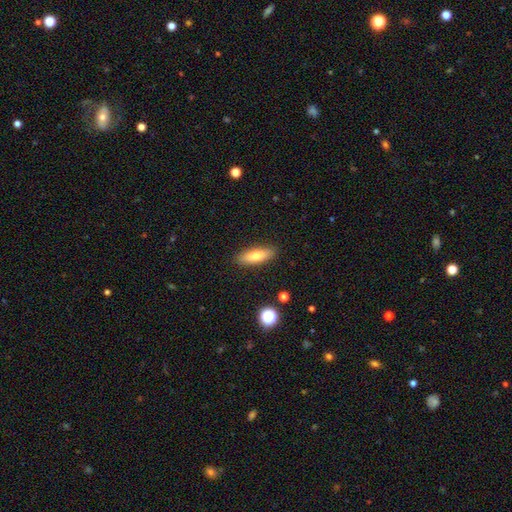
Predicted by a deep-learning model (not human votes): This is likely a smooth galaxy (72%). How rounded: possibly cigar-shaped (50%). Merging: clearly none (89%).